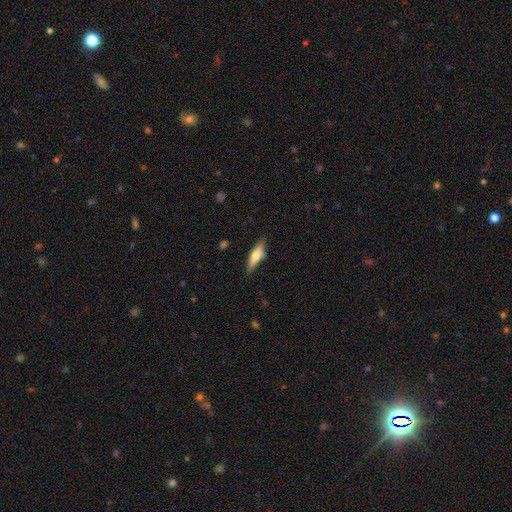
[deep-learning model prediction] Smooth or featured?
  - smooth: 53% *
  - featured or disk: 41%
  - star or artifact: 6%
How rounded?
  - cigar-shaped: 63% *
  - in between: 35%
  - round: 2%
Merging?
  - none: 80% *
  - minor disturbance: 15%
  - major disturbance: 3%
  - merger: 2%